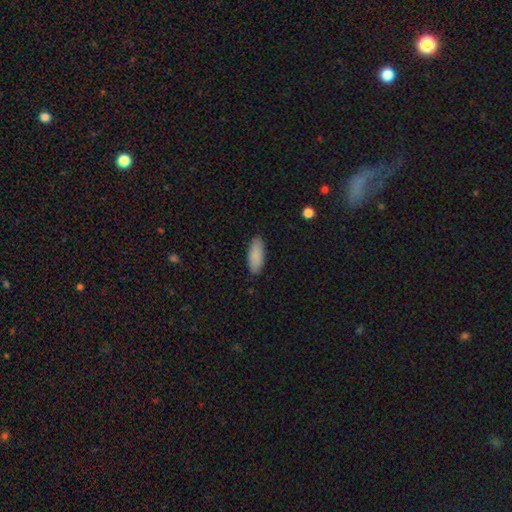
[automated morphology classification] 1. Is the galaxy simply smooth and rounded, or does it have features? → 89% smooth, 6% star or artifact, 5% featured or disk.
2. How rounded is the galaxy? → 77% in between, 21% cigar-shaped, 2% round.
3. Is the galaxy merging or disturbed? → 88% none, 9% minor disturbance, 2% major disturbance, 1% merger.